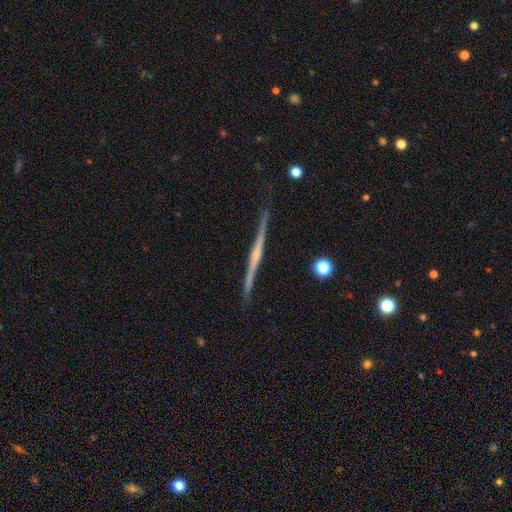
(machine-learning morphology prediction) Smooth or featured? featured or disk (82%)
Edge-on disk? yes (98%)
Edge-on bulge? rounded (62%)
Merging? none (89%)